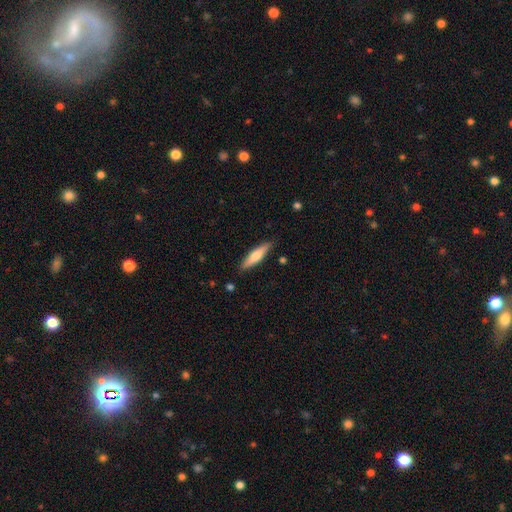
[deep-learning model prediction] This is possibly a smooth galaxy (58%). How rounded: likely cigar-shaped (75%). Merging: clearly none (87%).